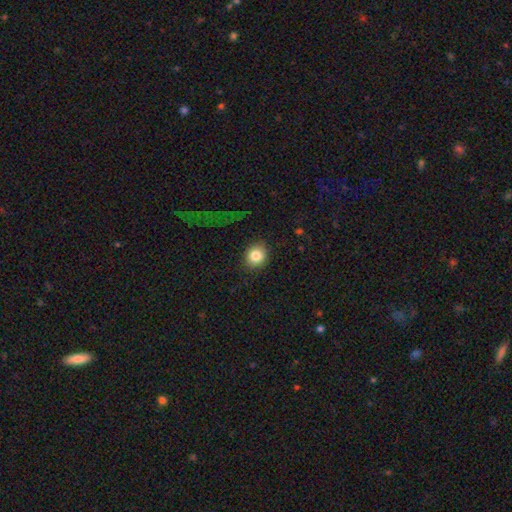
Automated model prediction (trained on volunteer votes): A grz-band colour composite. It shows a smooth galaxy with no disk features (84%) that is round (75%). Merging: none (85%).